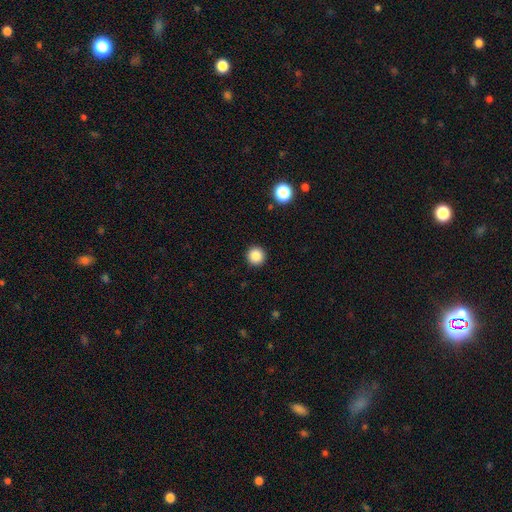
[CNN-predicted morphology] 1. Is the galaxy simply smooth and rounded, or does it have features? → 86% smooth, 11% star or artifact, 4% featured or disk.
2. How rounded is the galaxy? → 96% round, 3% in between, 1% cigar-shaped.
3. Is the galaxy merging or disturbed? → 93% none, 4% minor disturbance, 2% major disturbance, 1% merger.